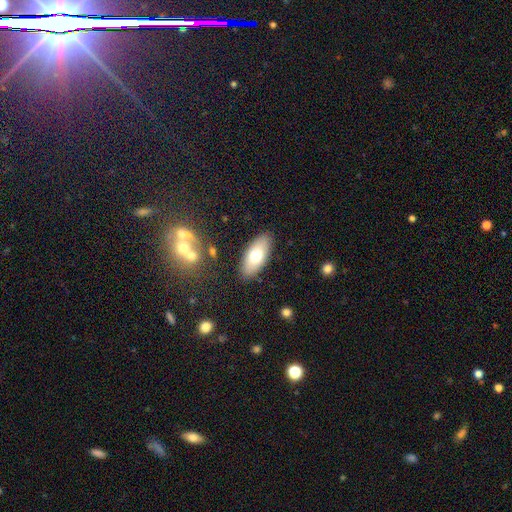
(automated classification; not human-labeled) This is likely a smooth galaxy (70%). How rounded: clearly in between (86%). Merging: clearly none (87%).